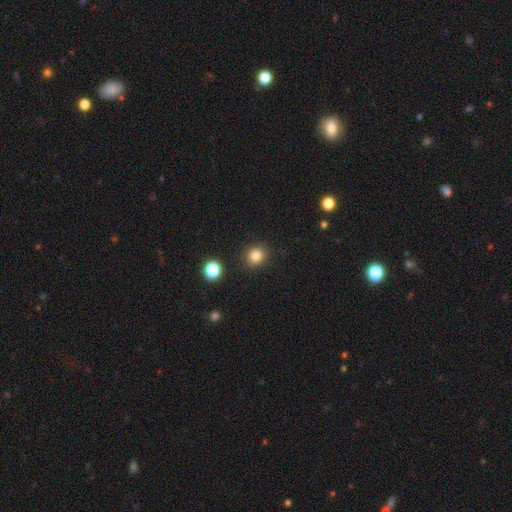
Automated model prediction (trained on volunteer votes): Q: Smooth or featured?
A: smooth (83%); runner-up: star or artifact (12%)
Q: How rounded?
A: round (88%); runner-up: in between (11%)
Q: Merging?
A: none (89%); runner-up: minor disturbance (6%)